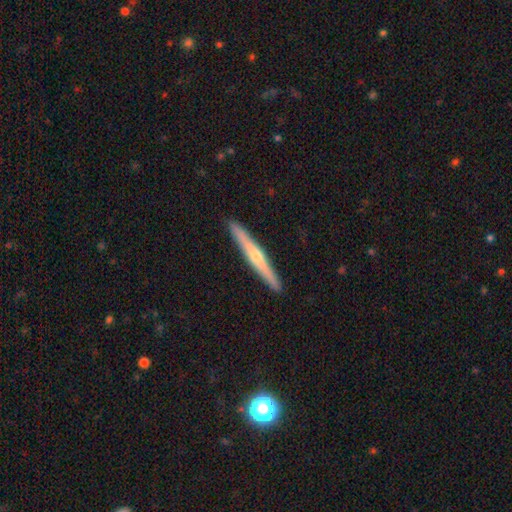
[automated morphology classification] Smooth or featured?
  - featured or disk: 66% *
  - smooth: 27%
  - star or artifact: 6%
Edge-on disk?
  - yes: 97% *
  - no: 3%
Edge-on bulge?
  - rounded: 78% *
  - none: 18%
  - boxy: 4%
Merging?
  - none: 92% *
  - minor disturbance: 6%
  - major disturbance: 1%
  - merger: 1%